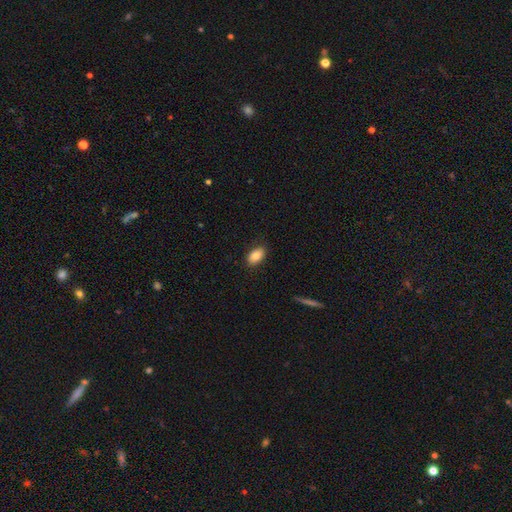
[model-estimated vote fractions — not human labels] Smooth or featured?
  - smooth: 84% *
  - featured or disk: 8%
  - star or artifact: 7%
How rounded?
  - in between: 91% *
  - round: 7%
  - cigar-shaped: 2%
Merging?
  - none: 87% *
  - minor disturbance: 10%
  - major disturbance: 2%
  - merger: 1%